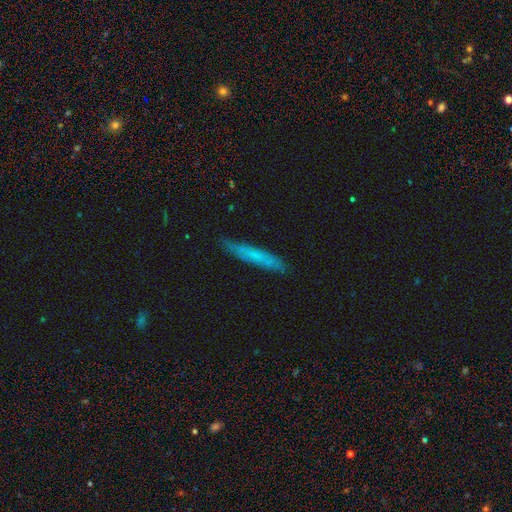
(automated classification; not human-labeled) A smooth galaxy with no disk features (58%) that is cigar-shaped (93%).

Vote fractions:
- Smooth or featured? smooth: 58% / featured or disk: 34% / star or artifact: 8%
- How rounded? cigar-shaped: 93% / in between: 5% / round: 1%
- Merging? none: 85% / minor disturbance: 12% / major disturbance: 2% / merger: 1%